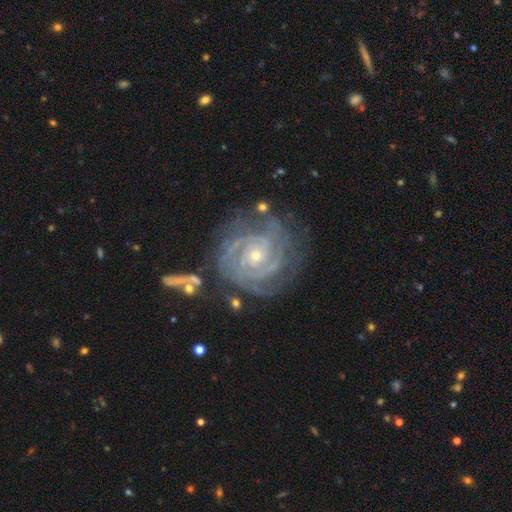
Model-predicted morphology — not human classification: A featured or disk galaxy (90%) with no bar (75%), 3 (27%) tight (79%) spiral arms (98%) and a small central bulge (77%).

Vote fractions:
- Smooth or featured? featured or disk: 90% / star or artifact: 6% / smooth: 4%
- Edge-on disk? no: 97% / yes: 3%
- Bar? no: 75% / weak: 19% / strong: 7%
- Spiral arms? yes: 98% / no: 2%
- Spiral winding? tight: 79% / medium: 18% / loose: 3%
- Spiral arm count? 3: 27% / 4: 23% / can't tell: 18% / 2: 18% / more than 4: 8% / 1: 6%
- Bulge size? small: 77% / moderate: 20% / large: 1% / none: 1% / dominant: 1%
- Merging? none: 70% / minor disturbance: 17% / major disturbance: 8% / merger: 4%